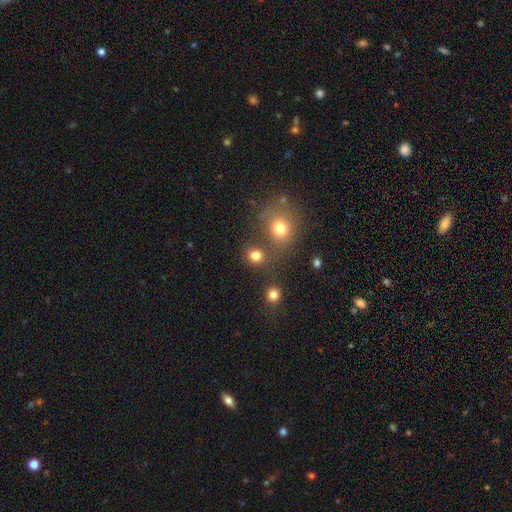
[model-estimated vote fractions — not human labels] Smooth or featured: smooth — 80% (star or artifact — 15%)
How rounded: round — 82% (in between — 17%)
Merging: none — 69% (merger — 18%)